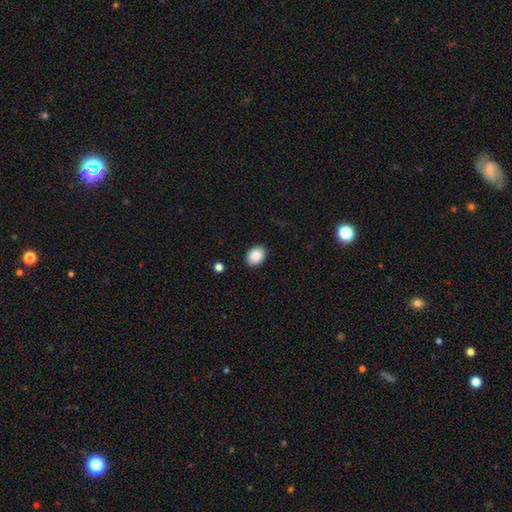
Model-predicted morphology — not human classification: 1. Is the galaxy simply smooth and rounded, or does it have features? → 88% smooth, 8% star or artifact, 4% featured or disk.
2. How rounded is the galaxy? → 62% in between, 37% round, 1% cigar-shaped.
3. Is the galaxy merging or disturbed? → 91% none, 6% minor disturbance, 2% major disturbance, 1% merger.